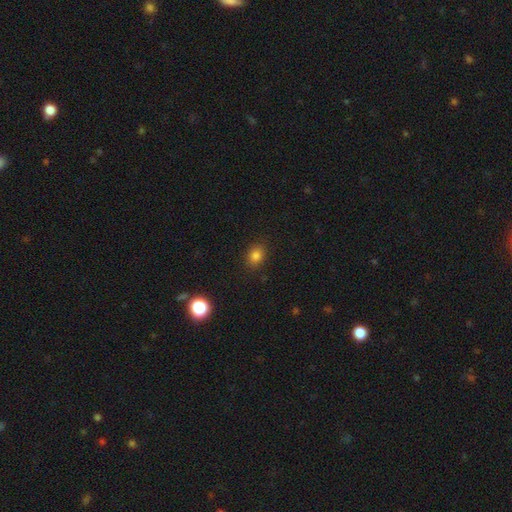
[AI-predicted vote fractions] smooth 81%, star or artifact 14%, featured or disk 5%. Down the decision tree: how rounded — in between (52%); merging — none (87%).